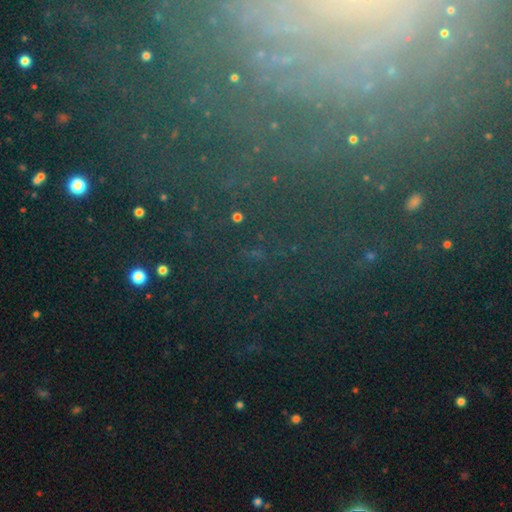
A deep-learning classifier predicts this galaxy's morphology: smooth-or-featured: star or artifact: 74% | smooth: 14% | featured or disk: 11%